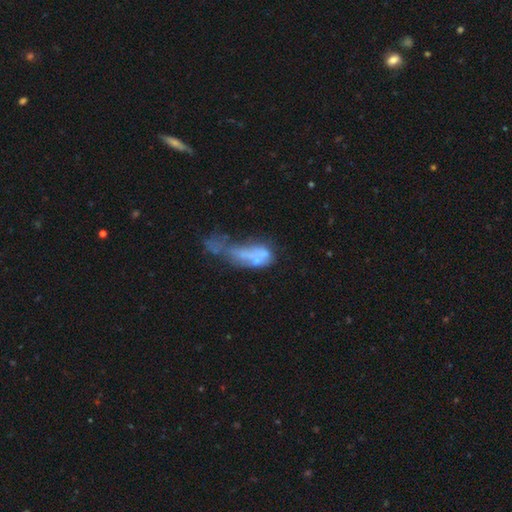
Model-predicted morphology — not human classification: featured or disk 44%, smooth 40%, star or artifact 16%. Down the decision tree: merging — merger (41%).